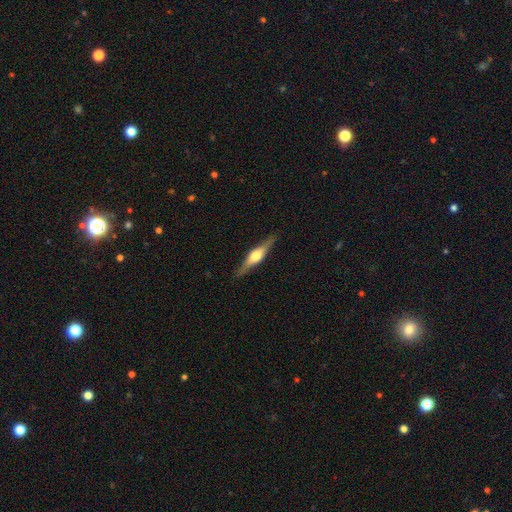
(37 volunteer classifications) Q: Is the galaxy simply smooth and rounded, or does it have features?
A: featured or disk — 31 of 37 (84%).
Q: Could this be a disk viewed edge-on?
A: yes — 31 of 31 (100%).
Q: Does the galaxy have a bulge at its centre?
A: rounded — 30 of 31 (97%).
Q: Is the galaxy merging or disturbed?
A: none — 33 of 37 (89%).